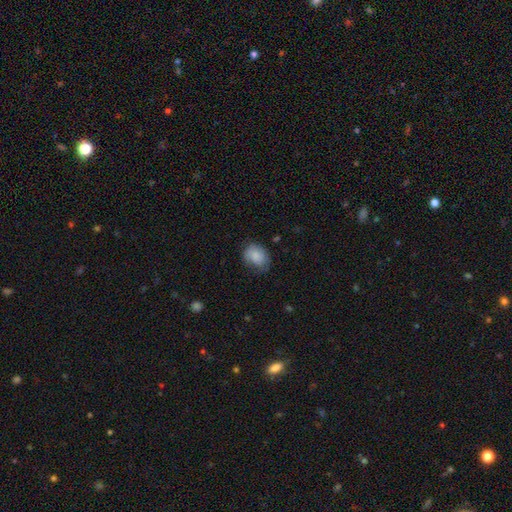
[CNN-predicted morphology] Overall: smooth (79%). How rounded: in between (58%; round 41%). Merging: none (60%; minor disturbance 29%).